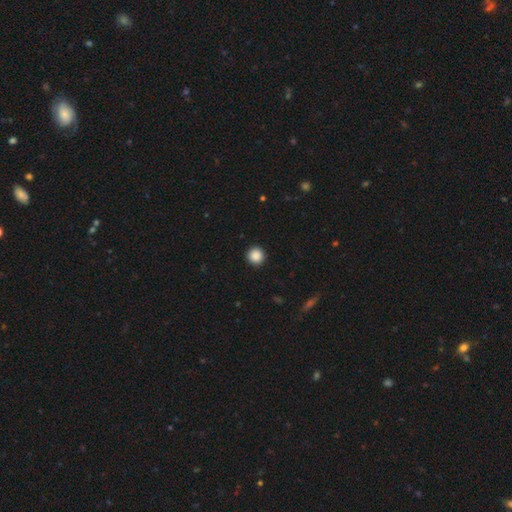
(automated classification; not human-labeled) Smooth or featured? Predicted: smooth (p=0.88). How rounded? Predicted: round (p=0.96). Merging? Predicted: none (p=0.93).